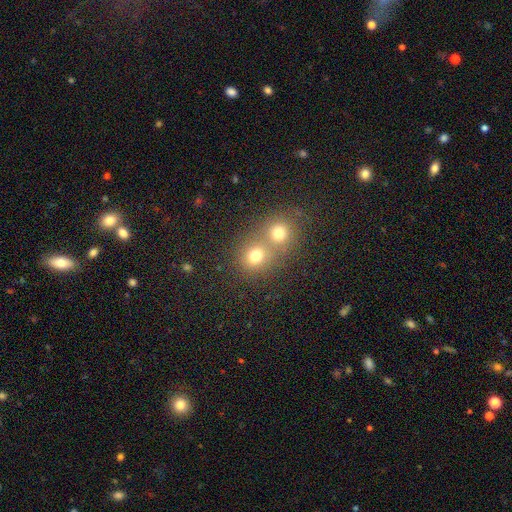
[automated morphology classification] This is likely a smooth galaxy (75%). How rounded: clearly round (82%). Merging: possibly merger (51%).